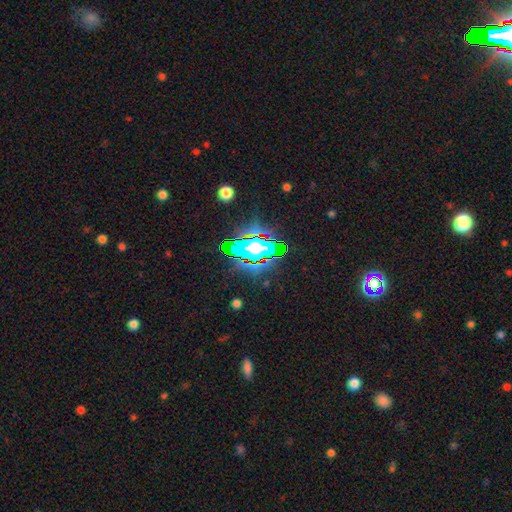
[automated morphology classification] Smooth or featured? Predicted: star or artifact (p=0.82).